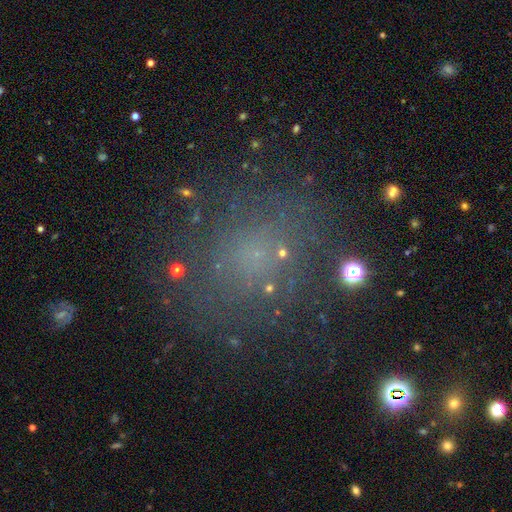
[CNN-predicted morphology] Smooth or featured? smooth (44%)
Merging? none (74%)